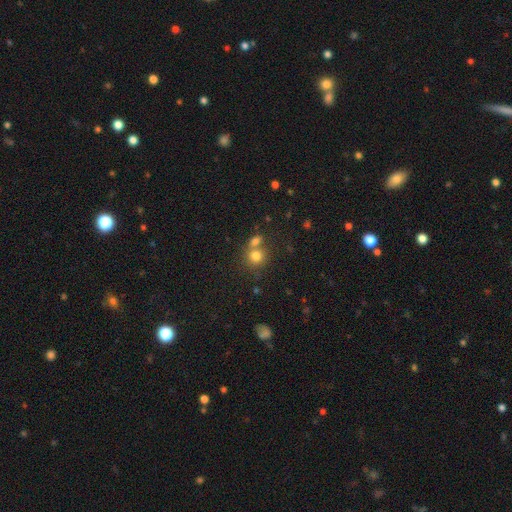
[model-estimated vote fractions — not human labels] Smooth or featured? smooth (77%)
How rounded? round (81%)
Merging? none (47%)